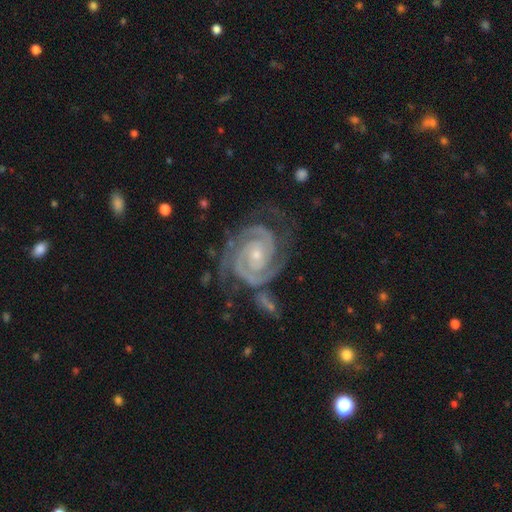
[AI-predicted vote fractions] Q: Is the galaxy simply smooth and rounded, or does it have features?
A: featured or disk — 93%.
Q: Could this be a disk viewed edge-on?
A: no — 98%.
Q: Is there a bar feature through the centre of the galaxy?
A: no — 67%.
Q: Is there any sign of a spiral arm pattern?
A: yes — 99%.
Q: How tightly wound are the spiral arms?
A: tight — 78%.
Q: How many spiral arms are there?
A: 2 — 78%.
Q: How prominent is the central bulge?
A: small — 73%.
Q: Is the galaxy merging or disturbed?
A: none — 65%.